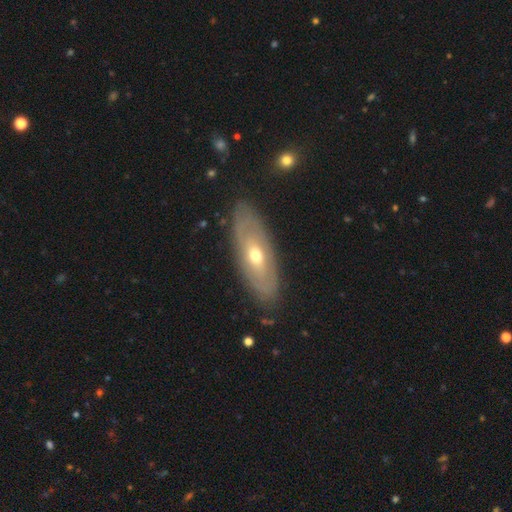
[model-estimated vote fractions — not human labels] Overall: featured or disk (64%; smooth 30%). Edge-on disk: no (77%). Merging: none (84%).